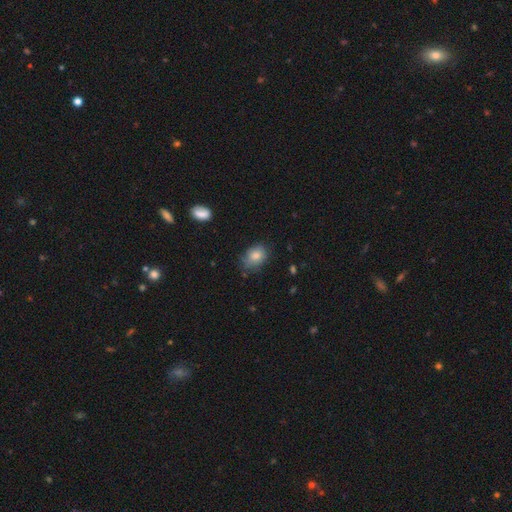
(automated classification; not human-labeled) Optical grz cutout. It shows a smooth galaxy with no disk features (82%) that is in between round and cigar-shaped (71%). Merging: none (67%).